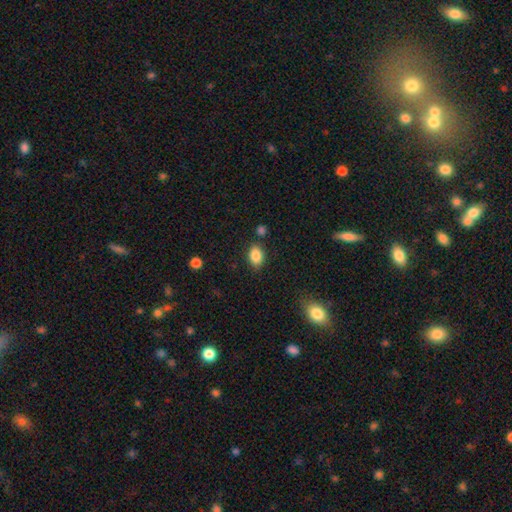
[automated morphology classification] Smooth or featured? smooth (86%)
How rounded? in between (81%)
Merging? none (81%)